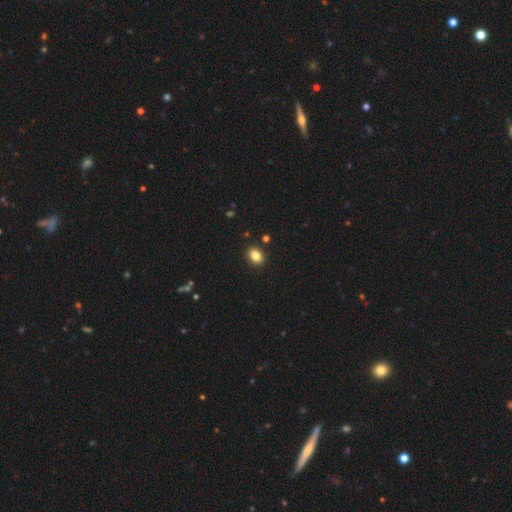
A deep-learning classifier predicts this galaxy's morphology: A smooth galaxy with no disk features (84%) that is in between round and cigar-shaped (65%). Merging: none (90%).